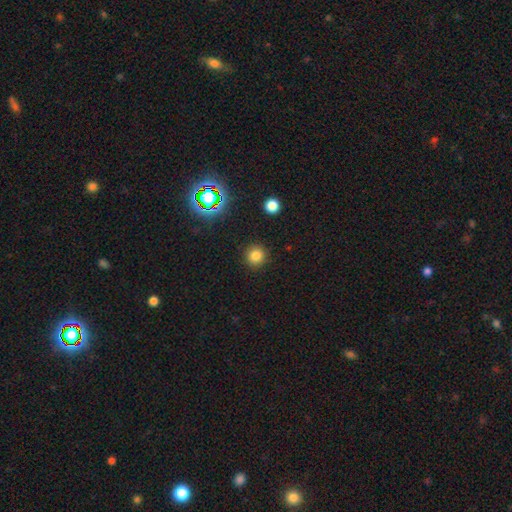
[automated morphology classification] The model was most divided on "smooth or featured": smooth: 80%, star or artifact: 15%, featured or disk: 5%. More confident: how rounded — round (92%); merging — none (90%).